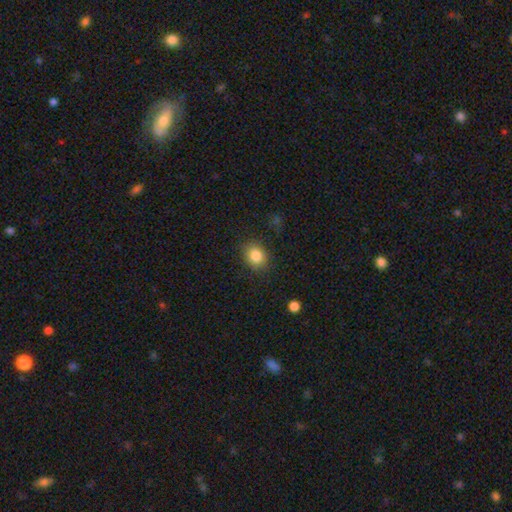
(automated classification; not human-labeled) smooth_or_featured: smooth (p=0.85) [alt: star or artifact p=0.09]
how_rounded: round (p=0.58) [alt: in between p=0.41]
merging: none (p=0.85) [alt: minor disturbance p=0.11]